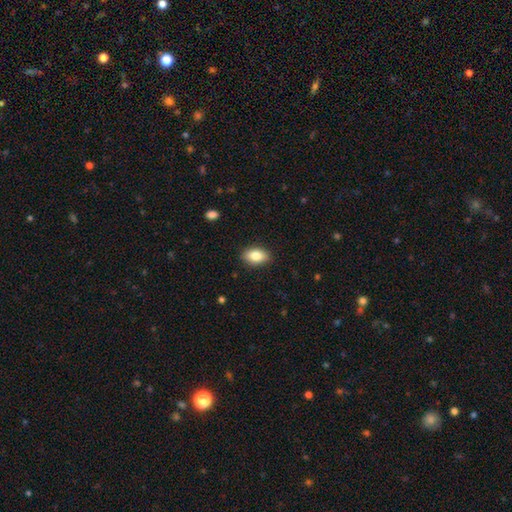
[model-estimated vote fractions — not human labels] The model was most divided on "smooth or featured": smooth: 84%, featured or disk: 9%, star or artifact: 7%. More confident: how rounded — in between (90%); merging — none (89%).